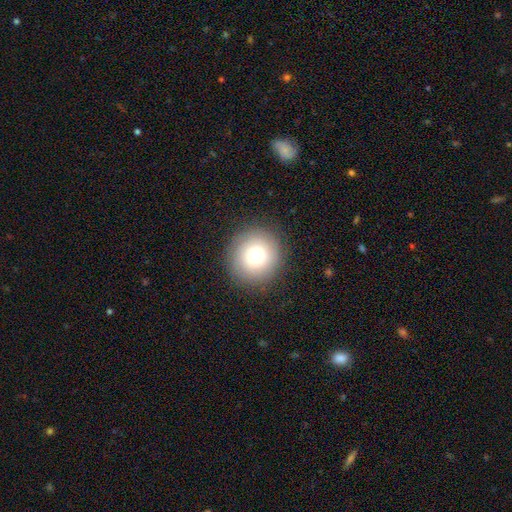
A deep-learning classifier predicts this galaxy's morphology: Smooth or featured? smooth (78%)
How rounded? round (93%)
Merging? none (89%)